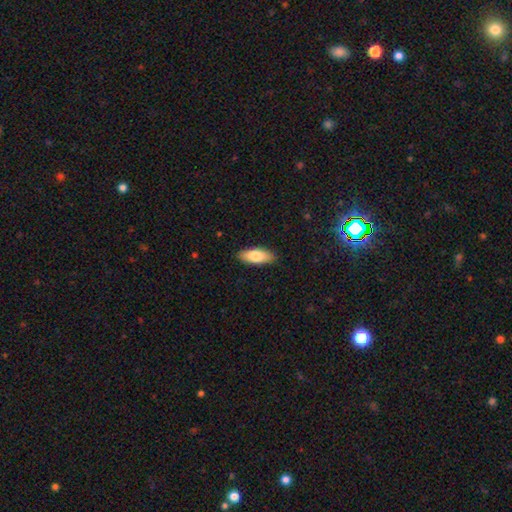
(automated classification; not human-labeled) A smooth galaxy with no disk features (81%) that is in between round and cigar-shaped (80%).

Vote fractions:
- Smooth or featured? smooth: 81% / featured or disk: 14% / star or artifact: 6%
- How rounded? in between: 80% / cigar-shaped: 18% / round: 2%
- Merging? none: 89% / minor disturbance: 9% / major disturbance: 2% / merger: 1%